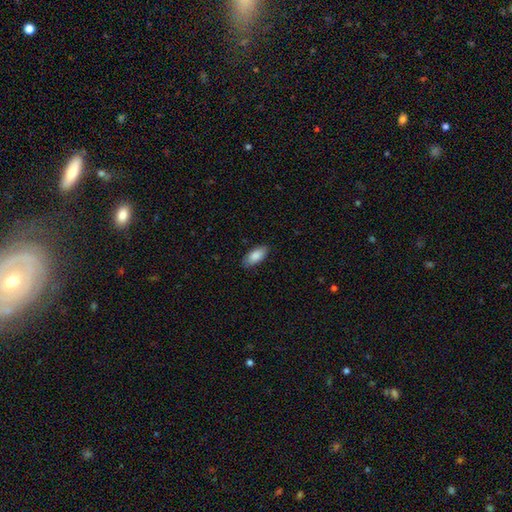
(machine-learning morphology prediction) smooth-or-featured: smooth: 87% | featured or disk: 7% | star or artifact: 6%
  how-rounded: in between: 89% | cigar-shaped: 9% | round: 2%
  merging: none: 85% | minor disturbance: 12% | major disturbance: 2% | merger: 1%